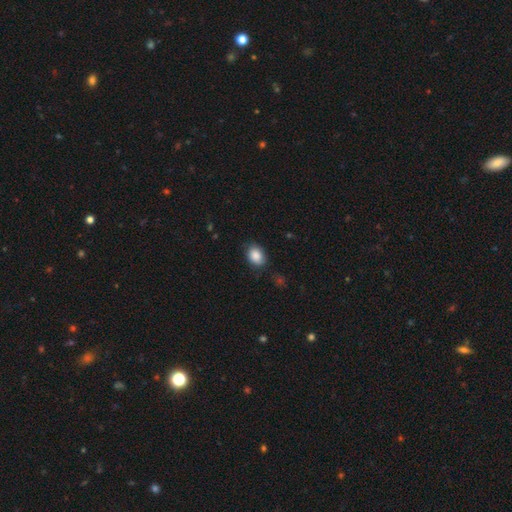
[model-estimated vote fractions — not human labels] This is clearly a smooth galaxy (87%). How rounded: likely in between (72%). Merging: likely none (76%).